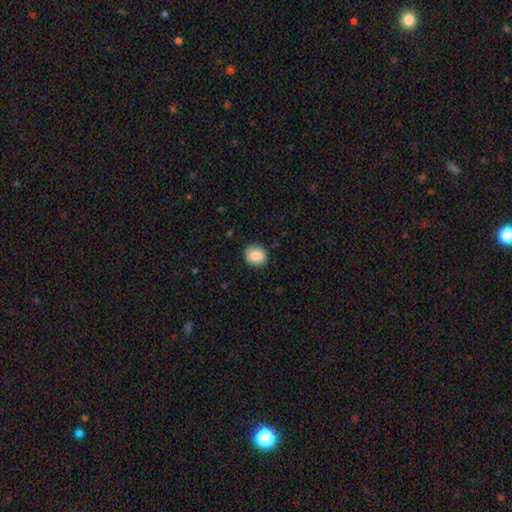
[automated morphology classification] Overall: smooth (88%). How rounded: round (73%). Merging: none (88%).